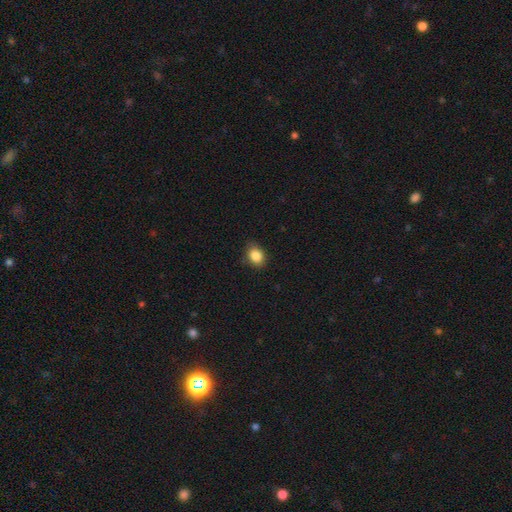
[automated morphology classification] A smooth galaxy with no disk features (86%) that is in between round and cigar-shaped (60%).

Vote fractions:
- Smooth or featured? smooth: 86% / star or artifact: 9% / featured or disk: 5%
- How rounded? in between: 60% / round: 39% / cigar-shaped: 1%
- Merging? none: 80% / minor disturbance: 16% / major disturbance: 3% / merger: 1%